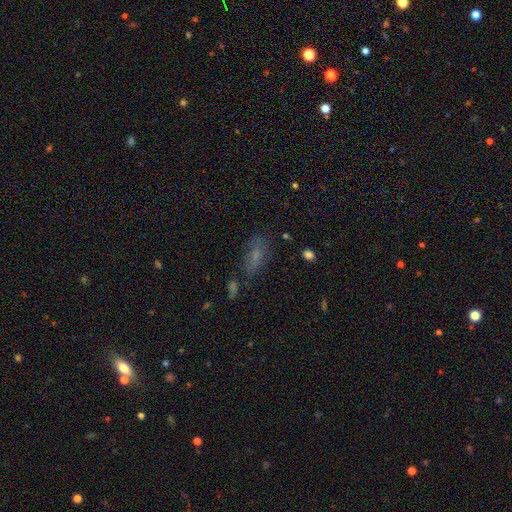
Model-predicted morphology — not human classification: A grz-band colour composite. It shows a smooth galaxy with no disk features (60%) that is in between round and cigar-shaped (71%). Merging: none (65%).